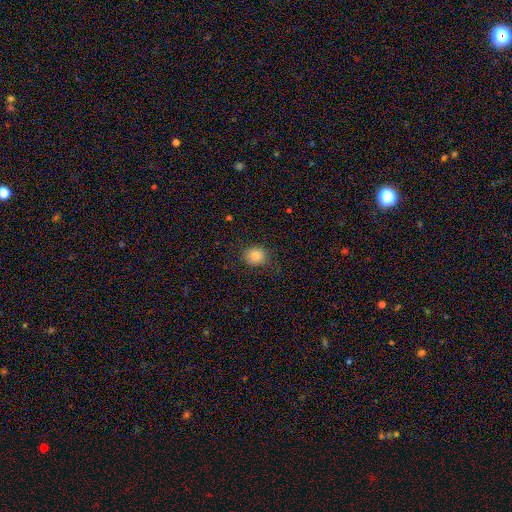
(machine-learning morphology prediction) smooth_or_featured: smooth (p=0.81) [alt: star or artifact p=0.11]
how_rounded: round (p=0.79) [alt: in between p=0.20]
merging: none (p=0.84) [alt: minor disturbance p=0.12]